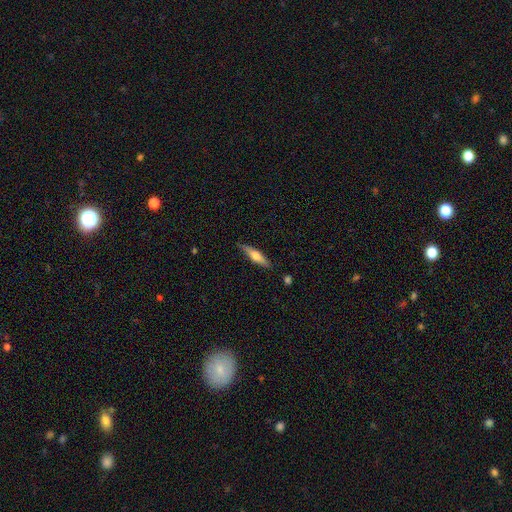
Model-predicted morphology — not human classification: smooth 49%, featured or disk 45%, star or artifact 6%. Down the decision tree: merging — none (84%).